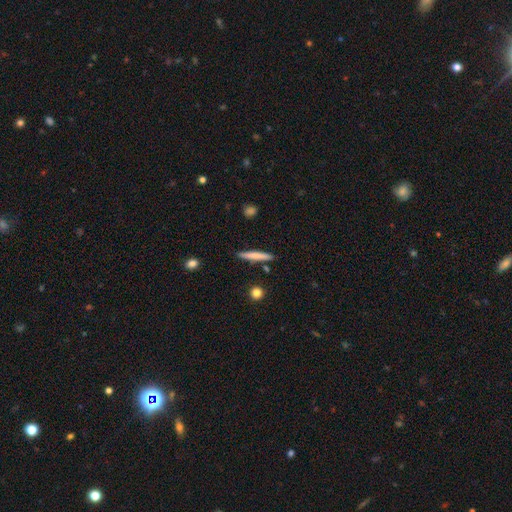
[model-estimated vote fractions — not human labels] smooth_or_featured: smooth (p=0.69) [alt: featured or disk p=0.25]
how_rounded: cigar-shaped (p=0.95) [alt: in between p=0.04]
merging: none (p=0.89) [alt: minor disturbance p=0.07]